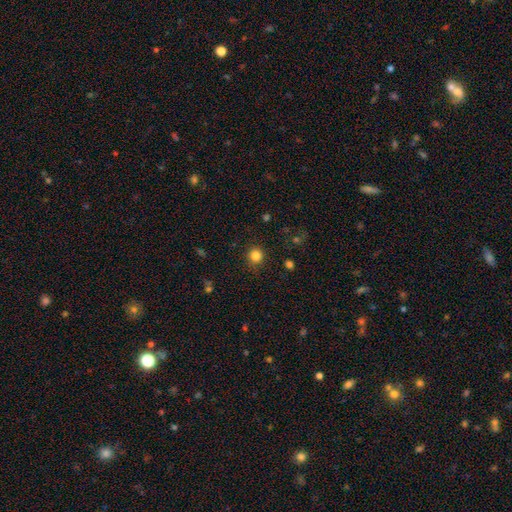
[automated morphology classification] Smooth or featured? Predicted: smooth (p=0.83). How rounded? Predicted: round (p=0.91). Merging? Predicted: none (p=0.88).